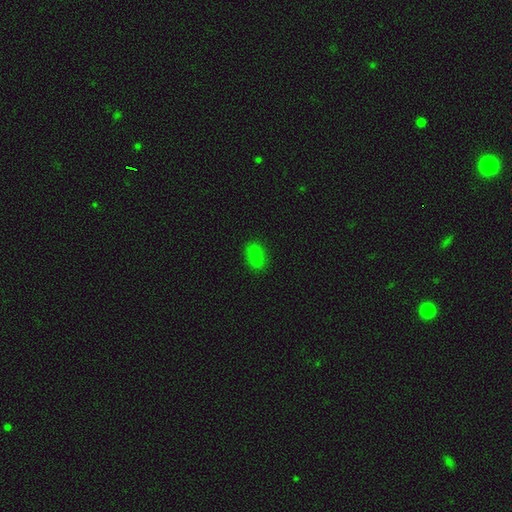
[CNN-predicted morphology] The model was most divided on "smooth or featured": smooth: 82%, star or artifact: 14%, featured or disk: 4%. More confident: how rounded — in between (89%); merging — none (83%).